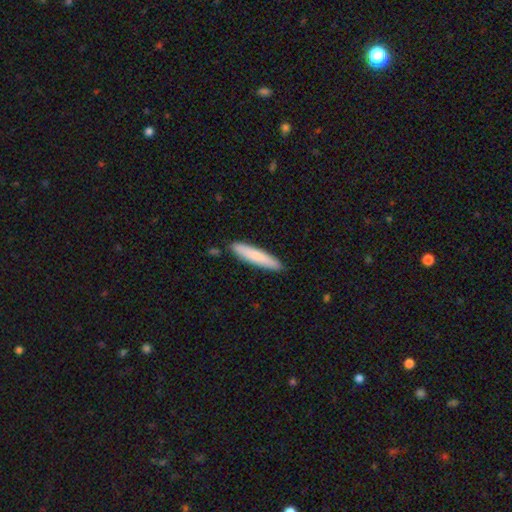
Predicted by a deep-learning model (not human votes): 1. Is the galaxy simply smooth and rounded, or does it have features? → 78% smooth, 16% featured or disk, 5% star or artifact.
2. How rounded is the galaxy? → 90% cigar-shaped, 9% in between, 1% round.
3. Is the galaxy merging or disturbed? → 89% none, 8% minor disturbance, 2% merger, 1% major disturbance.